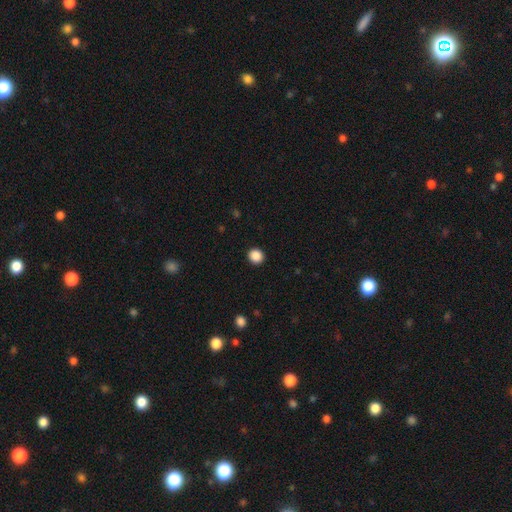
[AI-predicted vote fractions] This appears to be a smooth galaxy with no disk features (88%) that is round (91%). Merging: none (93%).